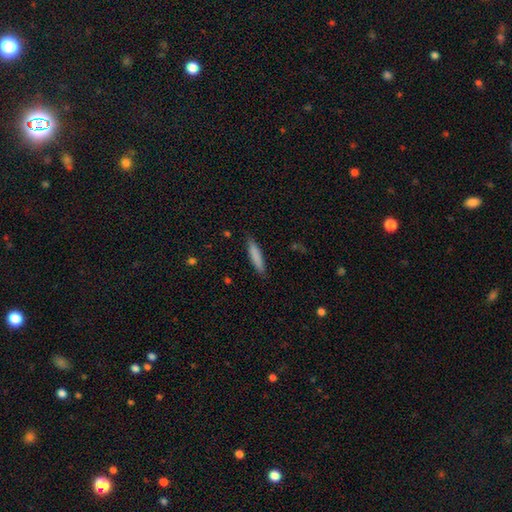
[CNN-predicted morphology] This is clearly a smooth galaxy (83%). How rounded: clearly cigar-shaped (85%). Merging: clearly none (87%).